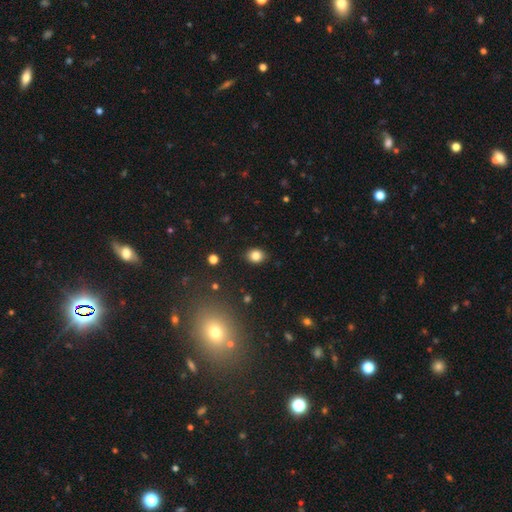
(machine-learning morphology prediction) A smooth galaxy with no disk features (83%) that is round (54%). Merging: none (88%).